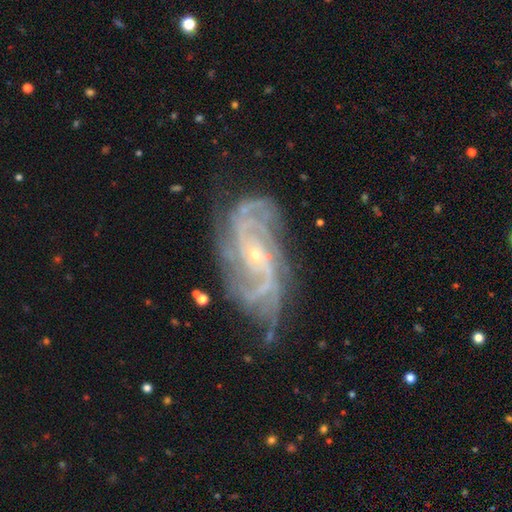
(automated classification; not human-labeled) A featured or disk galaxy (90%) with no bar (64%), 4 (24%) tight (49%) spiral arms (98%) and a small central bulge (84%).

Vote fractions:
- Smooth or featured? featured or disk: 90% / star or artifact: 6% / smooth: 3%
- Edge-on disk? no: 96% / yes: 4%
- Bar? no: 64% / weak: 25% / strong: 11%
- Spiral arms? yes: 98% / no: 2%
- Spiral winding? tight: 49% / medium: 40% / loose: 11%
- Spiral arm count? 4: 24% / 3: 20% / 2: 19% / can't tell: 17% / more than 4: 13% / 1: 8%
- Bulge size? small: 84% / moderate: 13% / none: 1% / large: 1% / dominant: 1%
- Merging? none: 65% / minor disturbance: 22% / major disturbance: 11% / merger: 2%